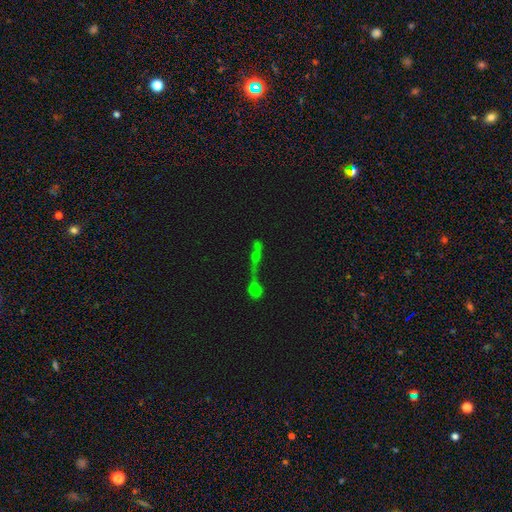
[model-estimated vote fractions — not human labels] Morphology: type=featured or disk (36%); merging=merger (61%).